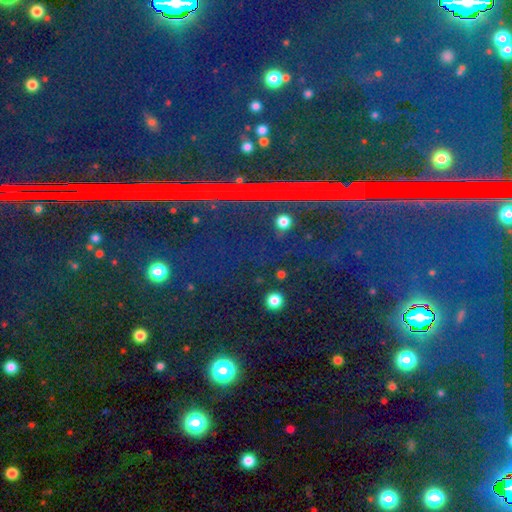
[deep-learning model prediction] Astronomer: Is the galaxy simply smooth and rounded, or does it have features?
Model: star or artifact — 83%.